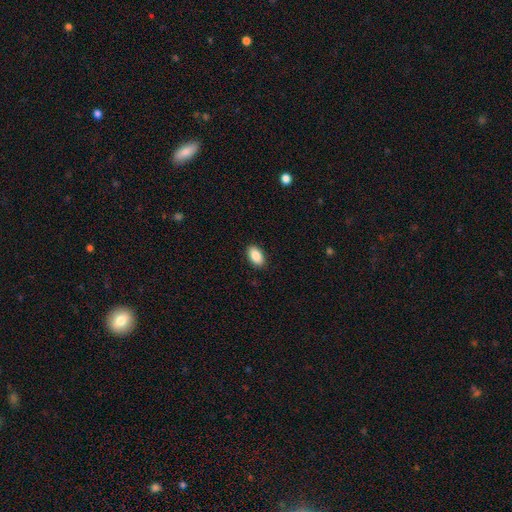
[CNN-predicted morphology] smooth 89%, star or artifact 7%, featured or disk 4%. Down the decision tree: how rounded — in between (93%); merging — none (89%).